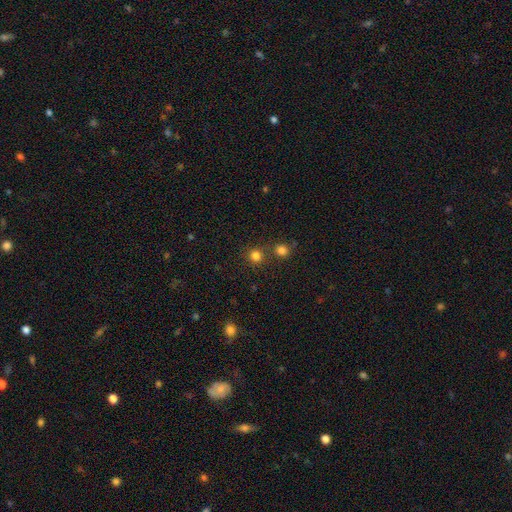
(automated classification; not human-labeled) smooth-or-featured: smooth: 79% | star or artifact: 16% | featured or disk: 5%
  how-rounded: round: 91% | in between: 8% | cigar-shaped: 1%
  merging: none: 74% | merger: 17% | minor disturbance: 7% | major disturbance: 3%